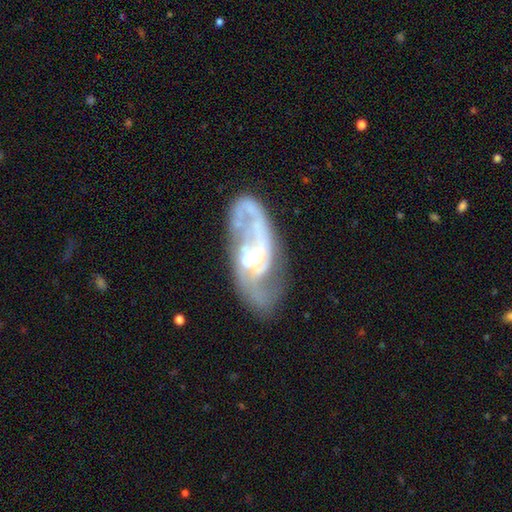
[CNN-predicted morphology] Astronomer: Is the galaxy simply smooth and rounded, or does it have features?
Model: featured or disk — 84%.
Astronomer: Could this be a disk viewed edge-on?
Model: no — 94%.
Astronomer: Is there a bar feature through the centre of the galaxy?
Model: weak — 42% (runner-up: no, 40%).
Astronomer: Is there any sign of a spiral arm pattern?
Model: yes — 88%.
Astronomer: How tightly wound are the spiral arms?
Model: medium — 45% (runner-up: loose, 34%).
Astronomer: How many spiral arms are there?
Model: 2 — 69%.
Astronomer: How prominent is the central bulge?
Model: small — 49% (runner-up: moderate, 36%).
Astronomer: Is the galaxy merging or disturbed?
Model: none — 56%.